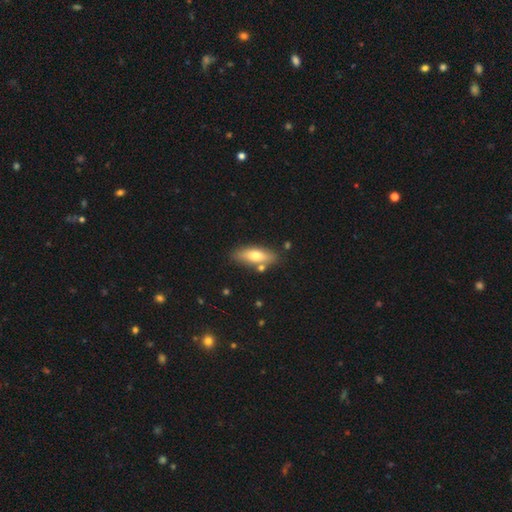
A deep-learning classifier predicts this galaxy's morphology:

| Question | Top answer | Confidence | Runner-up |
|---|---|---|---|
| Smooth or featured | smooth | 67% | featured or disk (27%) |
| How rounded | in between | 64% | cigar-shaped (33%) |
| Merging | none | 79% | minor disturbance (12%) |